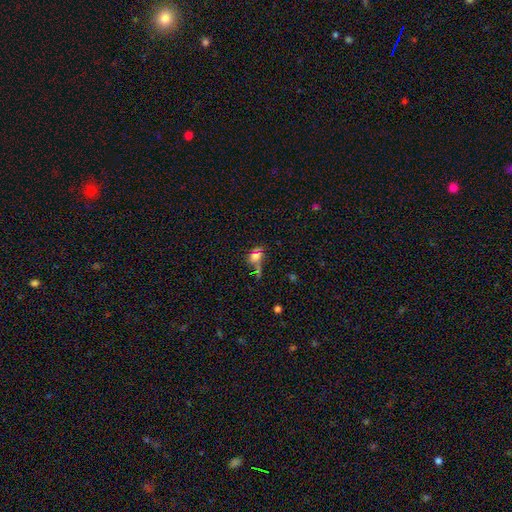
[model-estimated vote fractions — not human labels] smooth-or-featured: smooth: 50% | star or artifact: 35% | featured or disk: 14%
  how-rounded: in between: 50% | round: 42% | cigar-shaped: 8%
  merging: none: 50% | merger: 18% | minor disturbance: 16% | major disturbance: 15%